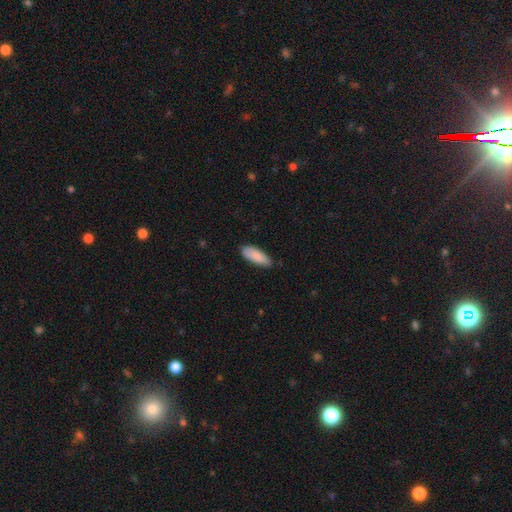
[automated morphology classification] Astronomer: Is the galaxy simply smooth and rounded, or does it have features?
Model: smooth — 87%.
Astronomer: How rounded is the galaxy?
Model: in between — 72%.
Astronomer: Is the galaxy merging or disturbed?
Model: none — 74%.